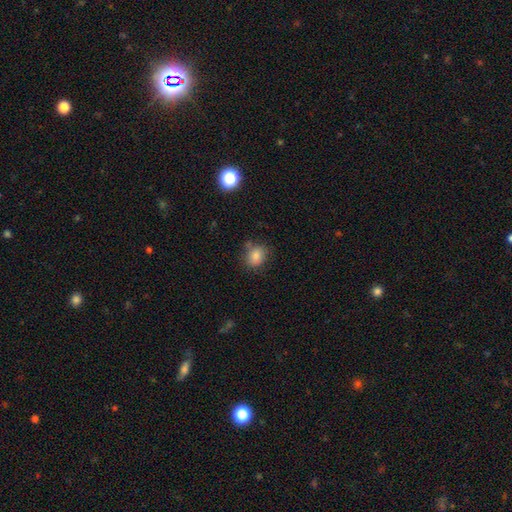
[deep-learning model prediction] Morphology: type=smooth (81%); roundness=round (54%); merging=none (70%).